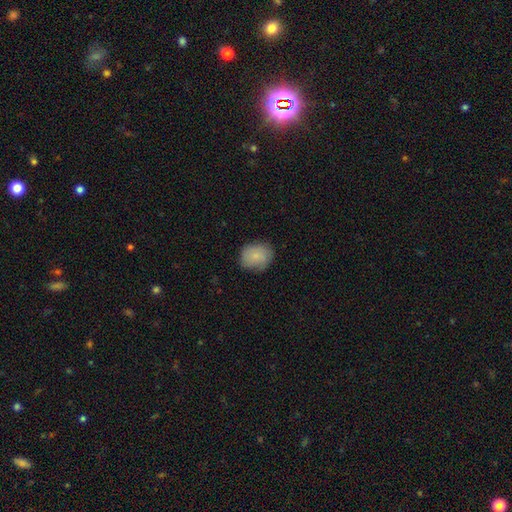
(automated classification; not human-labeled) smooth 81%, featured or disk 11%, star or artifact 8%. Down the decision tree: how rounded — round (58%); merging — none (75%).